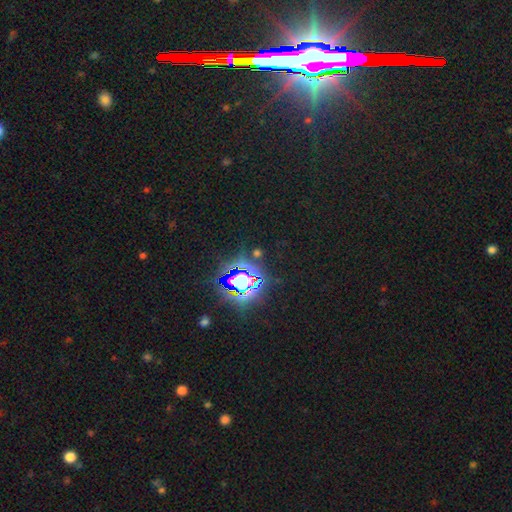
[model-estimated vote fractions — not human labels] Smooth or featured? Predicted: star or artifact (p=0.81).